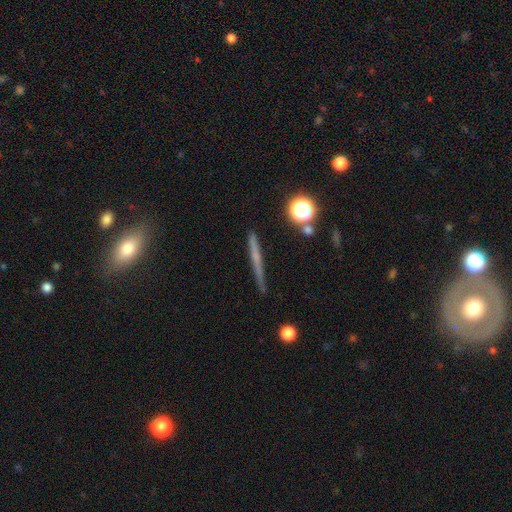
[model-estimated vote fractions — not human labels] Smooth or featured? Predicted: featured or disk (p=0.47). Merging? Predicted: none (p=0.86).